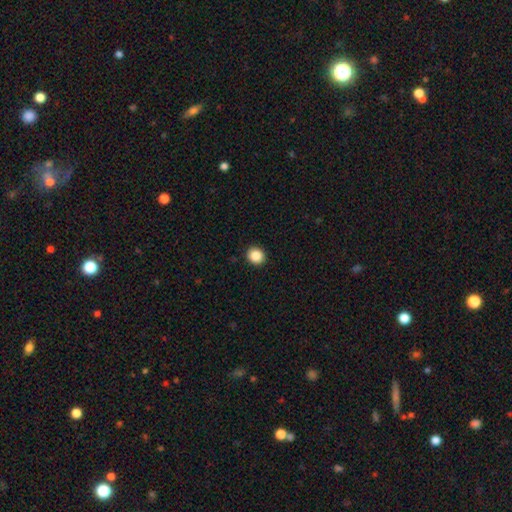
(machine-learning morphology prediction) Q: Smooth or featured?
A: smooth (87%); runner-up: star or artifact (10%)
Q: How rounded?
A: round (88%); runner-up: in between (11%)
Q: Merging?
A: none (93%); runner-up: minor disturbance (5%)